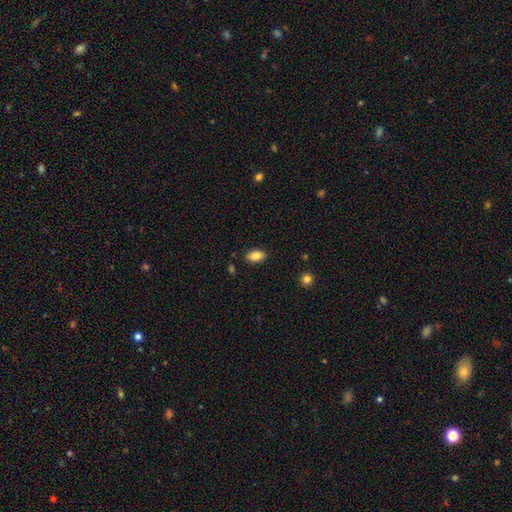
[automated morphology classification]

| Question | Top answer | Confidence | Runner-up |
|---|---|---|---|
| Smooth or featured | smooth | 84% | star or artifact (8%) |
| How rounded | in between | 92% | round (6%) |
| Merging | none | 86% | minor disturbance (10%) |